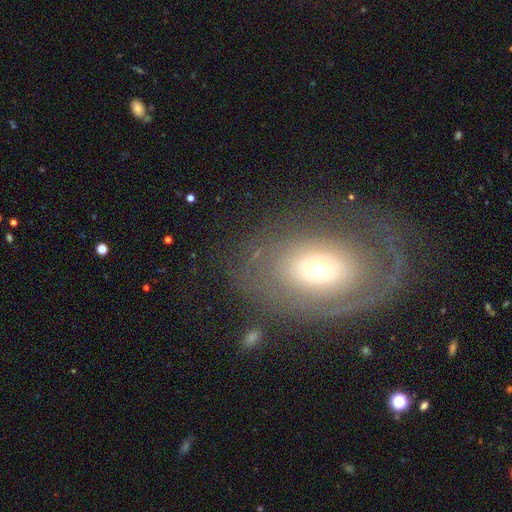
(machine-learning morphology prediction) Q: Smooth or featured?
A: featured or disk (61%); runner-up: smooth (30%)
Q: Edge-on disk?
A: no (93%); runner-up: yes (7%)
Q: Bar?
A: no (81%); runner-up: weak (13%)
Q: Spiral arms?
A: no (51%); runner-up: yes (49%)
Q: Bulge size?
A: small (48%); runner-up: moderate (39%)
Q: Merging?
A: none (69%); runner-up: minor disturbance (15%)